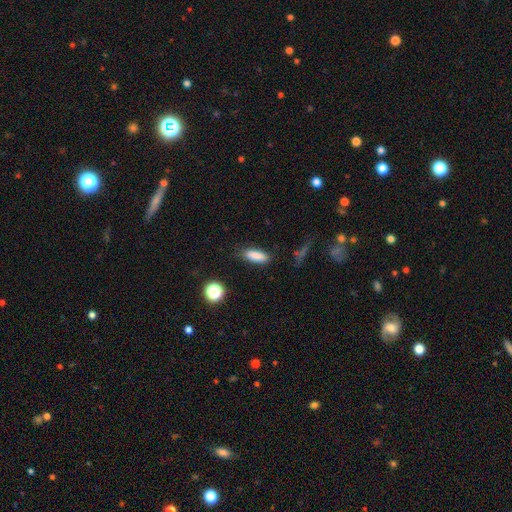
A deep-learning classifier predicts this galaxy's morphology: smooth-or-featured: smooth: 85% | star or artifact: 9% | featured or disk: 5%
  how-rounded: in between: 65% | cigar-shaped: 32% | round: 3%
  merging: none: 83% | minor disturbance: 12% | major disturbance: 3% | merger: 2%